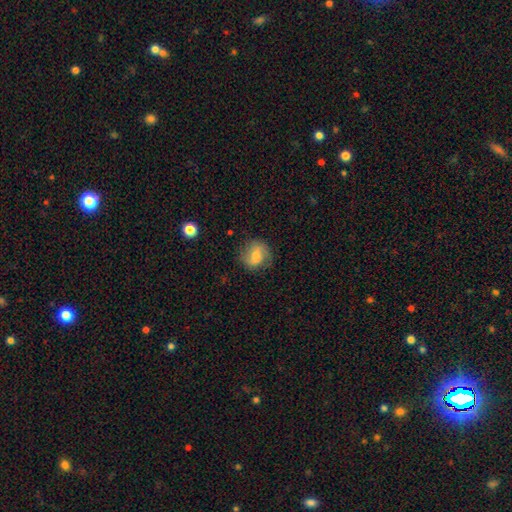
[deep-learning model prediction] smooth 57%, featured or disk 35%, star or artifact 9%. Down the decision tree: how rounded — round (71%); merging — none (72%).